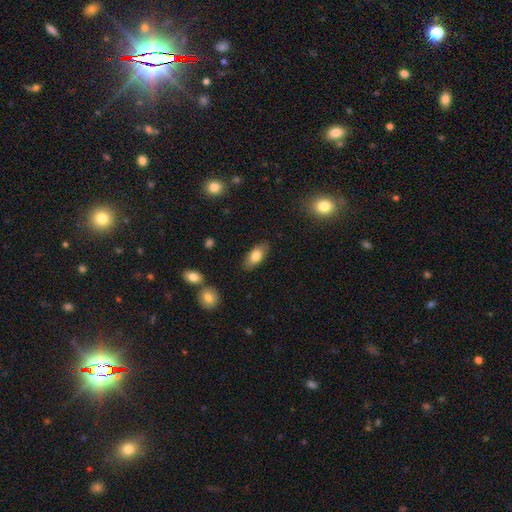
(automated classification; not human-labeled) smooth_or_featured: smooth (p=0.79) [alt: featured or disk p=0.14]
how_rounded: in between (p=0.88) [alt: cigar-shaped p=0.09]
merging: none (p=0.85) [alt: minor disturbance p=0.11]